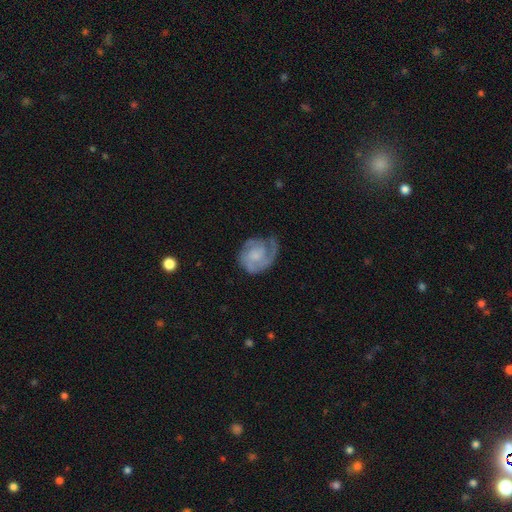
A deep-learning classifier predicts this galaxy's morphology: Q: Smooth or featured?
A: featured or disk (72%); runner-up: smooth (22%)
Q: Edge-on disk?
A: no (98%); runner-up: yes (2%)
Q: Bar?
A: no (69%); runner-up: weak (27%)
Q: Spiral arms?
A: yes (92%); runner-up: no (8%)
Q: Spiral winding?
A: tight (49%); runner-up: medium (37%)
Q: Spiral arm count?
A: 2 (35%); runner-up: 1 (33%)
Q: Bulge size?
A: small (35%); runner-up: none (30%)
Q: Merging?
A: none (57%); runner-up: minor disturbance (24%)